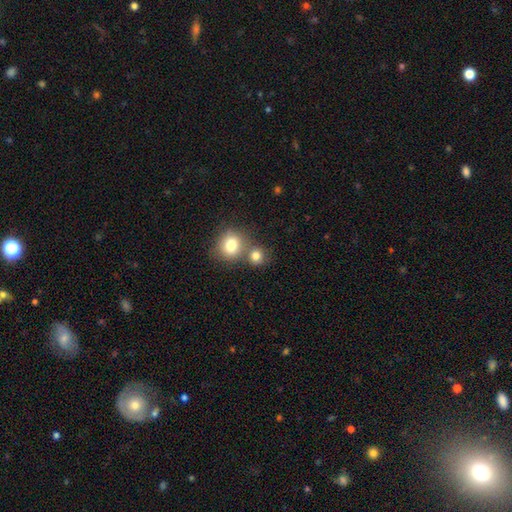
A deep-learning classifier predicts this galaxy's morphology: This is clearly a smooth galaxy (80%). How rounded: clearly round (83%). Merging: possibly none (51%).